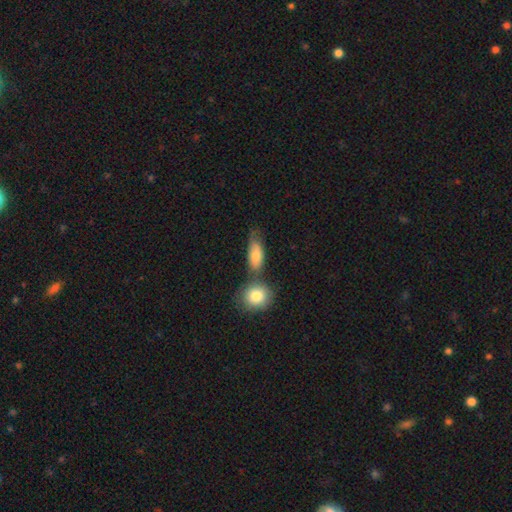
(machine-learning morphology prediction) smooth-or-featured: smooth: 76% | featured or disk: 16% | star or artifact: 8%
  how-rounded: in between: 77% | round: 12% | cigar-shaped: 11%
  merging: none: 44% | merger: 28% | minor disturbance: 19% | major disturbance: 8%